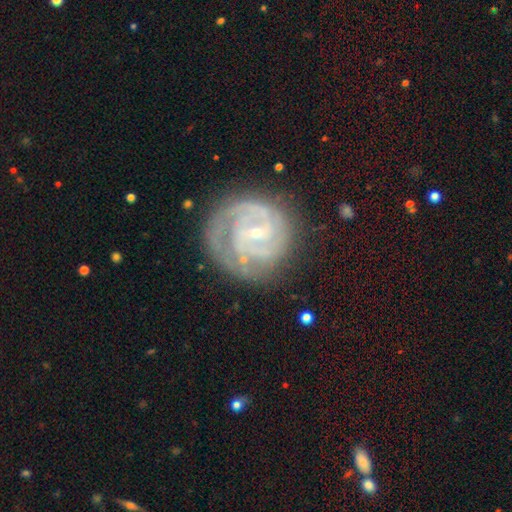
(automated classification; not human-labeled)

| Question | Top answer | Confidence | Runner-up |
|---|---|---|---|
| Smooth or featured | featured or disk | 81% | star or artifact (11%) |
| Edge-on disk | no | 97% | yes (3%) |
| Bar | weak | 44% | no (37%) |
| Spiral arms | yes | 97% | no (3%) |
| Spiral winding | tight | 73% | medium (23%) |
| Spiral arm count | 2 | 40% | can't tell (22%) |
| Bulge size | small | 76% | moderate (19%) |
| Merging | none | 76% | minor disturbance (16%) |